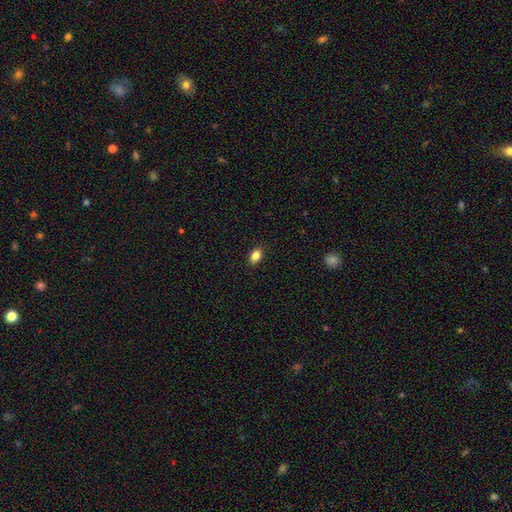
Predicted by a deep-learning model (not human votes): Smooth or featured: smooth — 84% (star or artifact — 10%)
How rounded: in between — 82% (round — 16%)
Merging: none — 90% (minor disturbance — 8%)